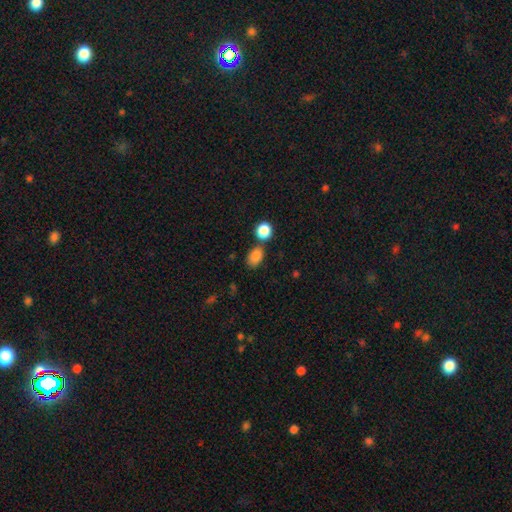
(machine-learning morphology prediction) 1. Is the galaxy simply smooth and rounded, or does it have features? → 85% smooth, 10% star or artifact, 5% featured or disk.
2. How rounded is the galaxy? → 78% in between, 20% round, 2% cigar-shaped.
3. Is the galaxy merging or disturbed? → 63% none, 19% merger, 14% minor disturbance, 4% major disturbance.